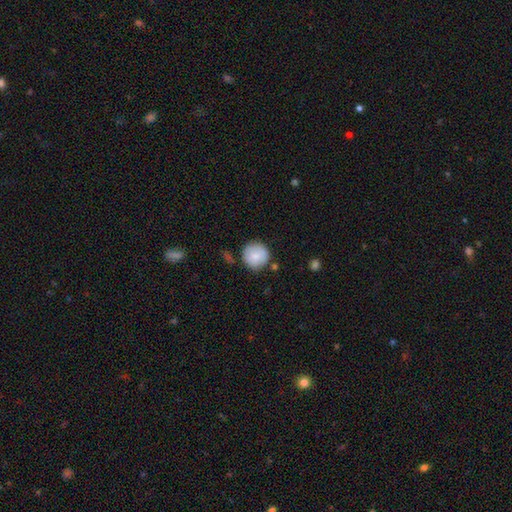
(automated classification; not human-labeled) A smooth galaxy with no disk features (80%) that is round (94%). Merging: none (77%).